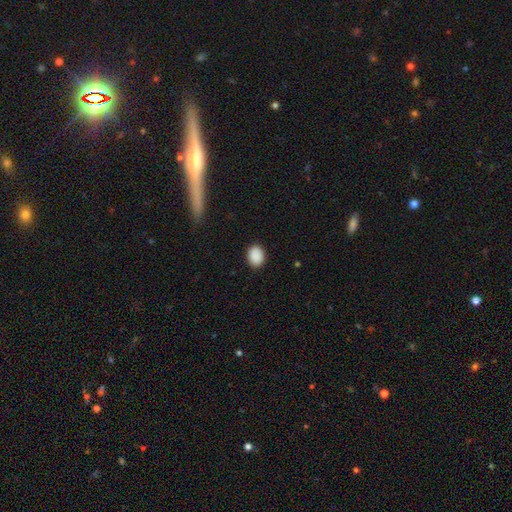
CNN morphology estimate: A smooth galaxy with no disk features (90%) that is in between round and cigar-shaped (55%). Merging: none (88%).